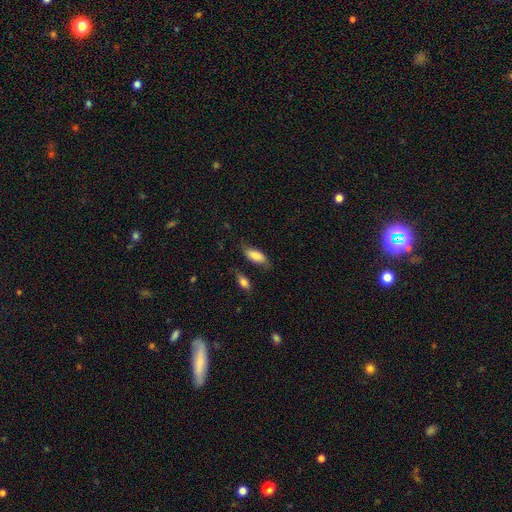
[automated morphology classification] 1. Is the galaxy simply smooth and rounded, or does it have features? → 84% smooth, 10% featured or disk, 6% star or artifact.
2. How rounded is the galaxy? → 81% in between, 17% cigar-shaped, 2% round.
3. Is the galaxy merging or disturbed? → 66% none, 23% minor disturbance, 7% major disturbance, 4% merger.